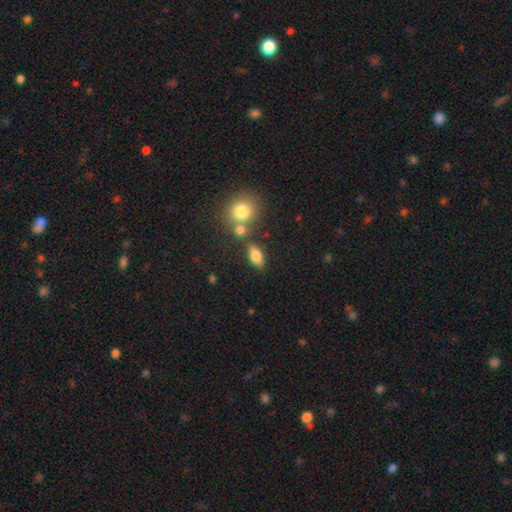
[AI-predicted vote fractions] Smooth or featured? Predicted: smooth (p=0.80). How rounded? Predicted: in between (p=0.82). Merging? Predicted: none (p=0.69).